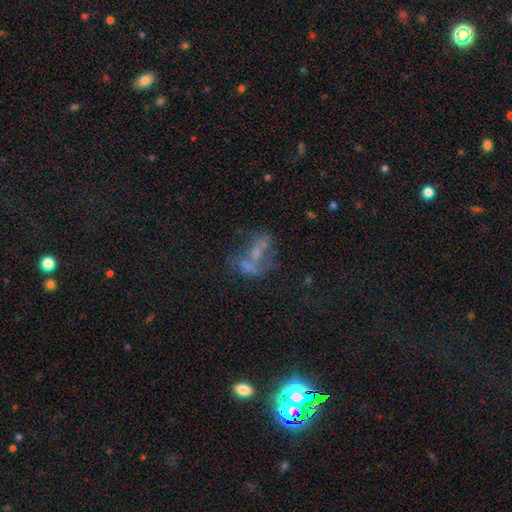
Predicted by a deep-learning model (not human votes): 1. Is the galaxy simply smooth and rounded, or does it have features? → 46% featured or disk, 31% smooth, 22% star or artifact.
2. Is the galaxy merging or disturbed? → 36% merger, 29% none, 22% major disturbance, 13% minor disturbance.